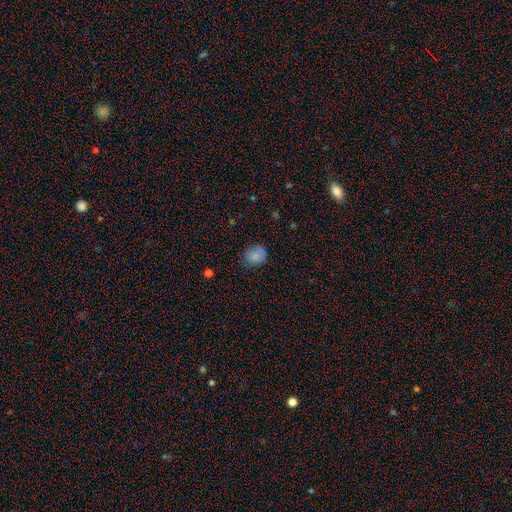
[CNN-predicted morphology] The model was most divided on "how rounded": round: 64%, in between: 36%, cigar-shaped: 1%. More confident: smooth or featured — smooth (82%); merging — none (73%).